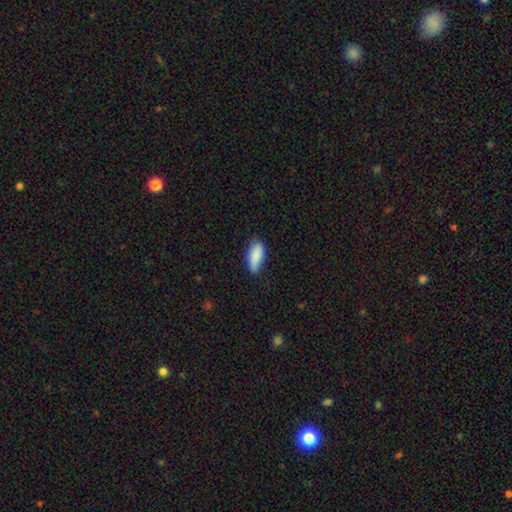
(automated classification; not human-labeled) The model was most divided on "merging": none: 73%, minor disturbance: 22%, major disturbance: 3%, merger: 1%. More confident: smooth or featured — smooth (89%); how rounded — in between (80%).